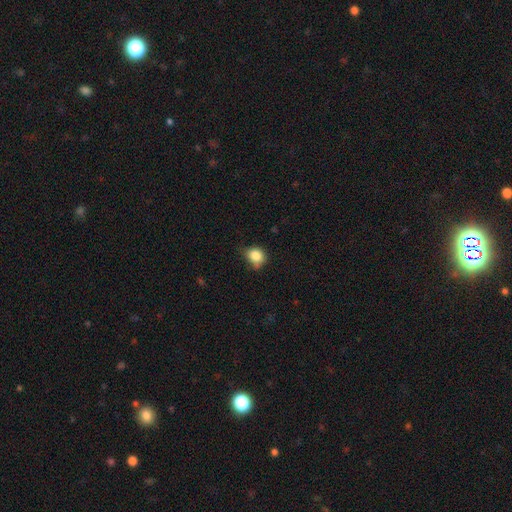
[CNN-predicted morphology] smooth-or-featured: smooth: 83% | star or artifact: 10% | featured or disk: 7%
  how-rounded: round: 66% | in between: 33% | cigar-shaped: 1%
  merging: none: 50% | minor disturbance: 38% | major disturbance: 9% | merger: 3%